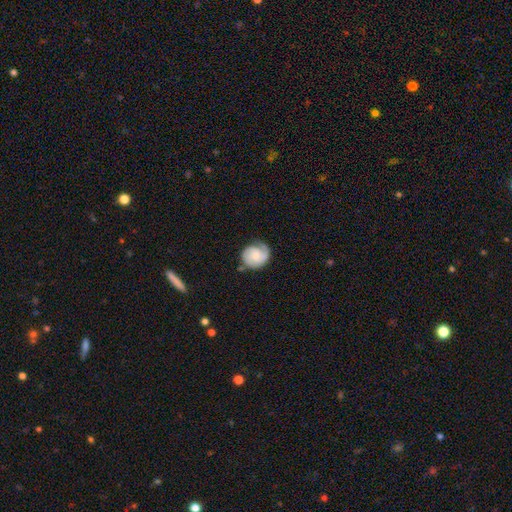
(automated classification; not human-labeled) smooth-or-featured: featured or disk: 61% | smooth: 33% | star or artifact: 7%
  disk-edge-on: no: 98% | yes: 2%
    bar: no: 64% | weak: 31% | strong: 5%
    has-spiral-arms: yes: 93% | no: 7%
      spiral-winding: tight: 50% | medium: 36% | loose: 14%
      spiral-arm-count: 2: 50% | 1: 30% | can't tell: 12% | 3: 6% | 4: 1% | more than 4: 1%
    bulge-size: small: 40% | none: 26% | moderate: 25% | large: 7% | dominant: 2%
  merging: none: 63% | minor disturbance: 24% | major disturbance: 10% | merger: 3%